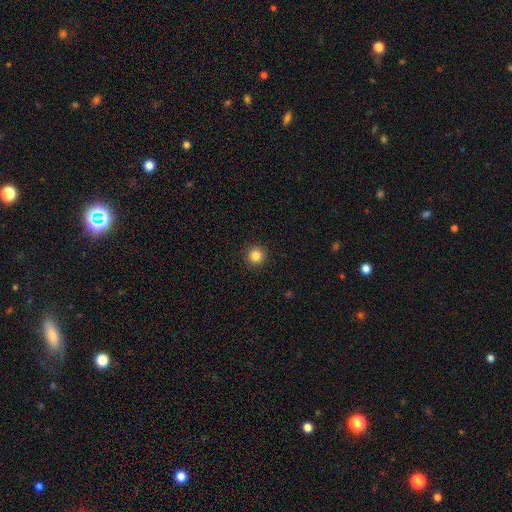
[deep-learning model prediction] This appears to be a smooth galaxy with no disk features (85%) that is round (95%). Merging: none (92%).